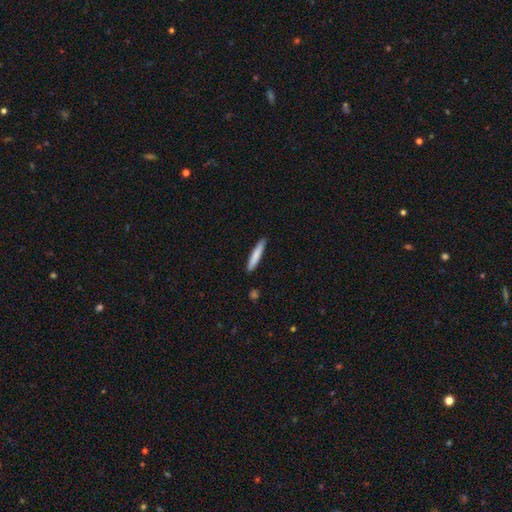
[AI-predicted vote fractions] Overall: smooth (82%). How rounded: cigar-shaped (92%). Merging: none (90%).